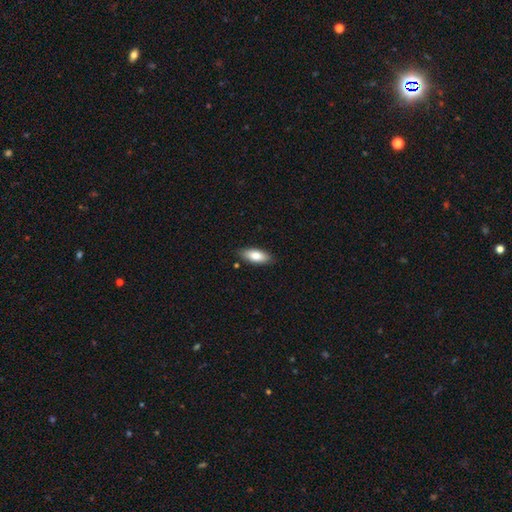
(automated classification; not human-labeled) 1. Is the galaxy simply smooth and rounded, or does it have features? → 82% smooth, 12% featured or disk, 6% star or artifact.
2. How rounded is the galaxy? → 83% in between, 15% cigar-shaped, 2% round.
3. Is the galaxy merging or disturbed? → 86% none, 11% minor disturbance, 2% major disturbance, 1% merger.